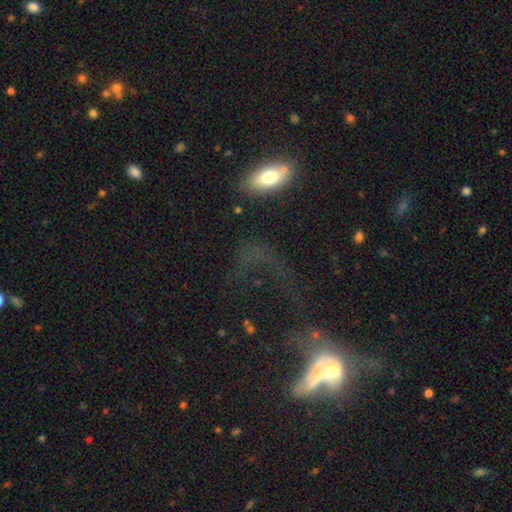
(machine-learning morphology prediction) The model was most divided on "smooth or featured": smooth: 44%, featured or disk: 37%, star or artifact: 19%. Remaining: merging — major disturbance (41%).